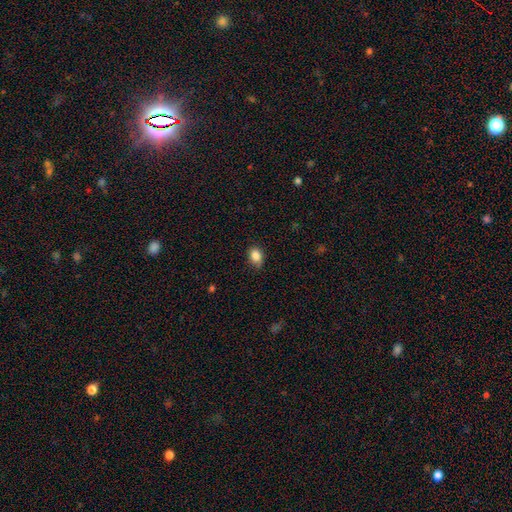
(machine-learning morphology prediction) Overall: smooth (87%). How rounded: in between (70%). Merging: none (76%).